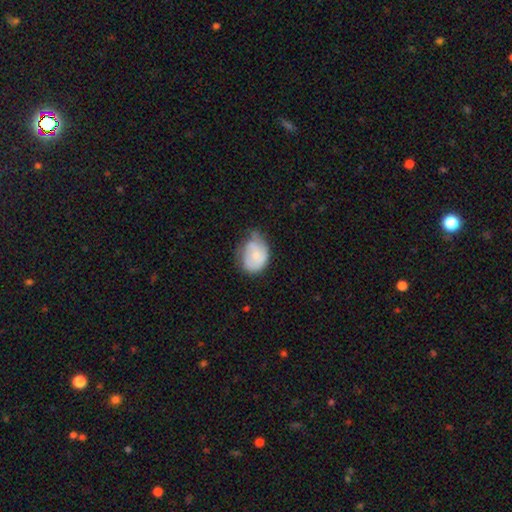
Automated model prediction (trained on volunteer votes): smooth_or_featured: smooth (p=0.50) [alt: featured or disk p=0.44]
merging: minor disturbance (p=0.42) [alt: none p=0.35]